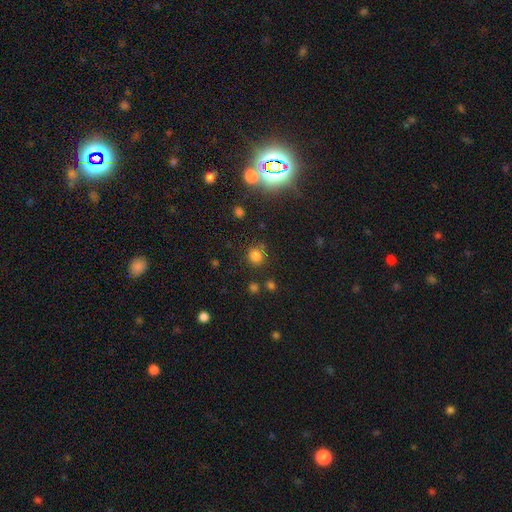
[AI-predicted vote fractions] Overall: smooth (76%). How rounded: round (82%). Merging: none (75%).